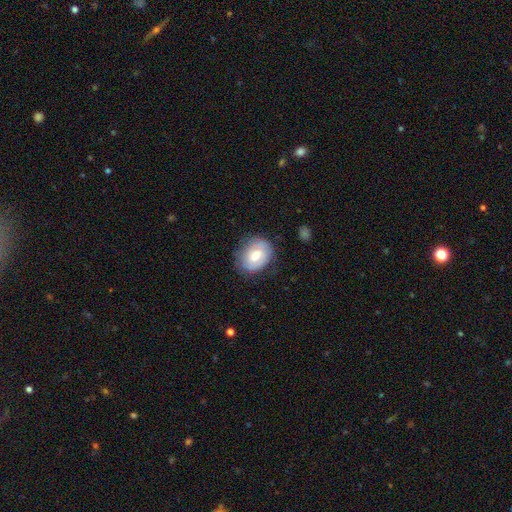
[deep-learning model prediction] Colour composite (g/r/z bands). It shows a smooth galaxy with no disk features (59%) that is in between round and cigar-shaped (60%). Merging: none (72%).